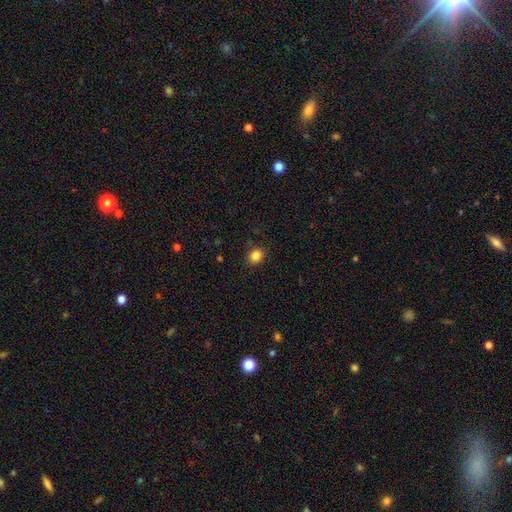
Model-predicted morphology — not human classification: Smooth or featured? smooth (85%)
How rounded? round (73%)
Merging? none (87%)